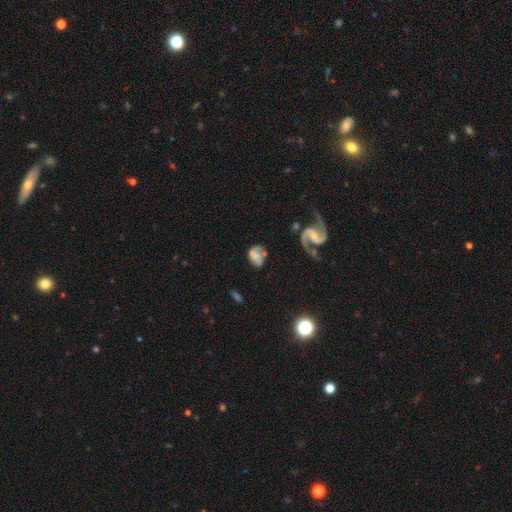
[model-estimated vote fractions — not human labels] Smooth or featured?
  - featured or disk: 50% *
  - smooth: 41%
  - star or artifact: 10%
Merging?
  - none: 40% *
  - minor disturbance: 26%
  - major disturbance: 25%
  - merger: 10%